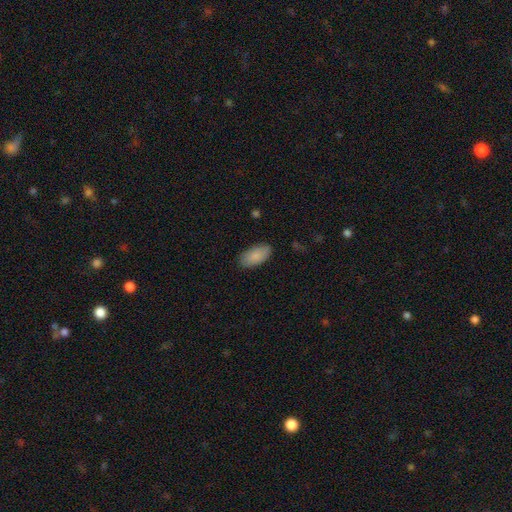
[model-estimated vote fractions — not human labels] A smooth galaxy with no disk features (87%) that is in between round and cigar-shaped (94%). Merging: none (85%).